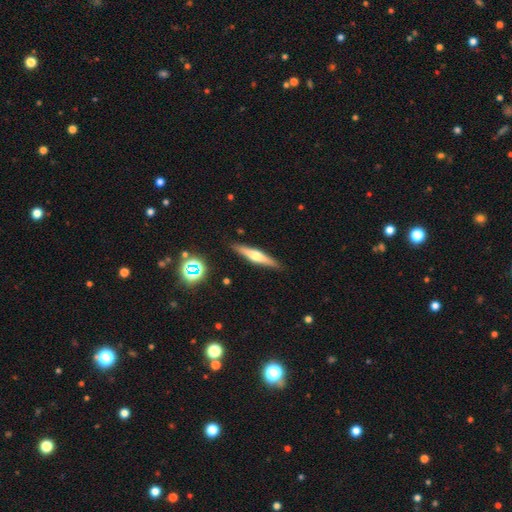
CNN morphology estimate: This appears to be a featured or disk galaxy (57%) viewed edge-on (96%) with a rounded central bulge (88%). Merging: none (89%).